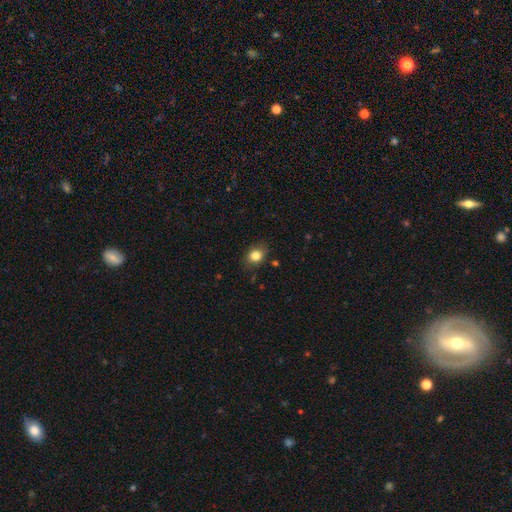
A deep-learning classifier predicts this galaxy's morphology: Smooth or featured?
  - smooth: 83% *
  - star or artifact: 10%
  - featured or disk: 7%
How rounded?
  - in between: 50% *
  - round: 49%
  - cigar-shaped: 1%
Merging?
  - none: 80% *
  - minor disturbance: 15%
  - major disturbance: 3%
  - merger: 1%